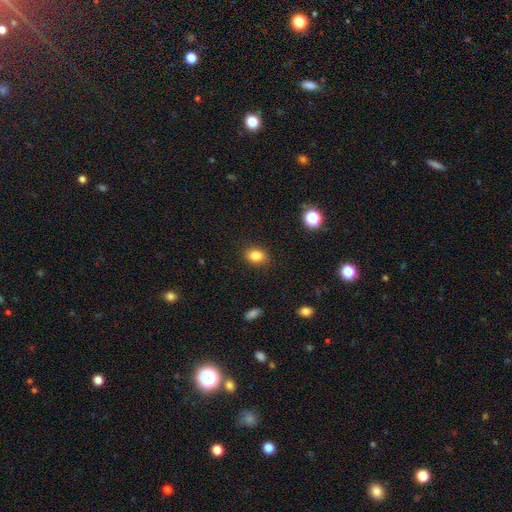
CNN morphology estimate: A smooth galaxy with no disk features (84%) that is in between round and cigar-shaped (68%). Merging: none (87%).